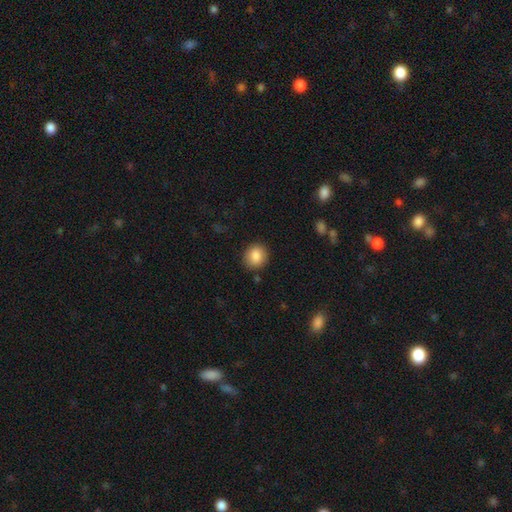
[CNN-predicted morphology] Q: Smooth or featured?
A: smooth (87%); runner-up: star or artifact (8%)
Q: How rounded?
A: round (77%); runner-up: in between (22%)
Q: Merging?
A: none (88%); runner-up: minor disturbance (9%)